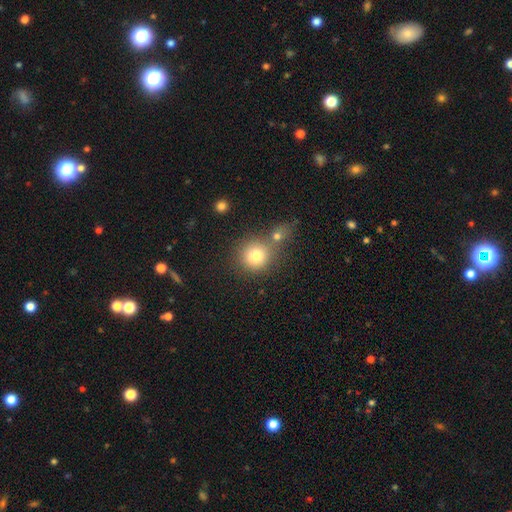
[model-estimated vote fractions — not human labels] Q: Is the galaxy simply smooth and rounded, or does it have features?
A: smooth — 78%.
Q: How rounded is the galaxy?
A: round — 87%.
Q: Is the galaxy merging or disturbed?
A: none — 55%.